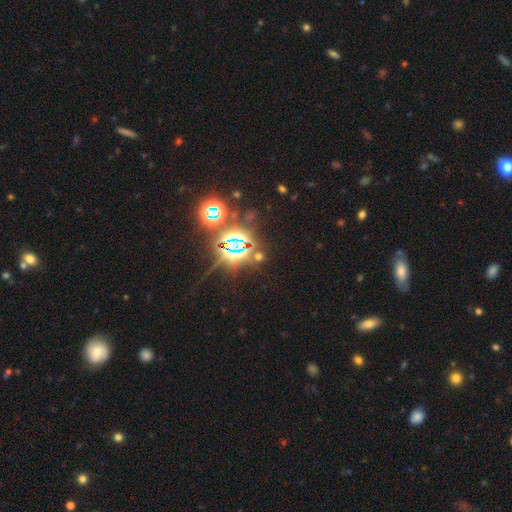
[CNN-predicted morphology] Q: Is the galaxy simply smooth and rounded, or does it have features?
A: star or artifact — 83%.